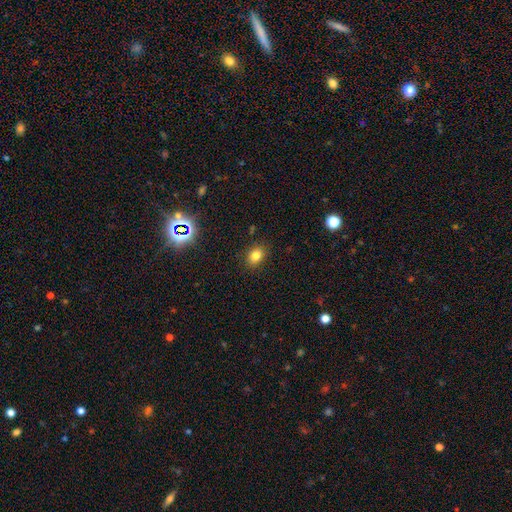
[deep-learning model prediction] Q: Smooth or featured?
A: smooth (79%); runner-up: star or artifact (14%)
Q: How rounded?
A: in between (61%); runner-up: round (38%)
Q: Merging?
A: none (86%); runner-up: minor disturbance (10%)